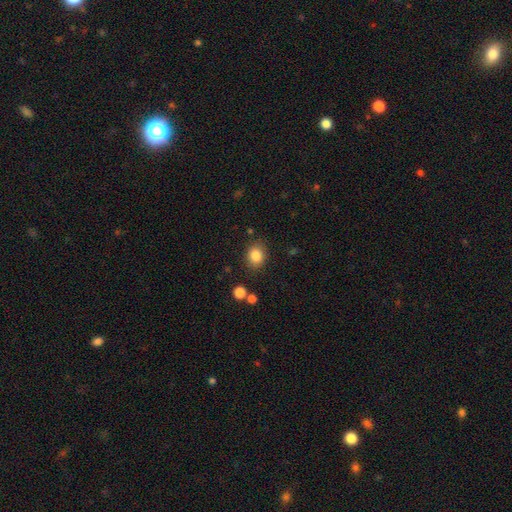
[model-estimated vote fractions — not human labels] smooth_or_featured: smooth (p=0.85) [alt: star or artifact p=0.10]
how_rounded: round (p=0.59) [alt: in between p=0.40]
merging: none (p=0.82) [alt: minor disturbance p=0.11]